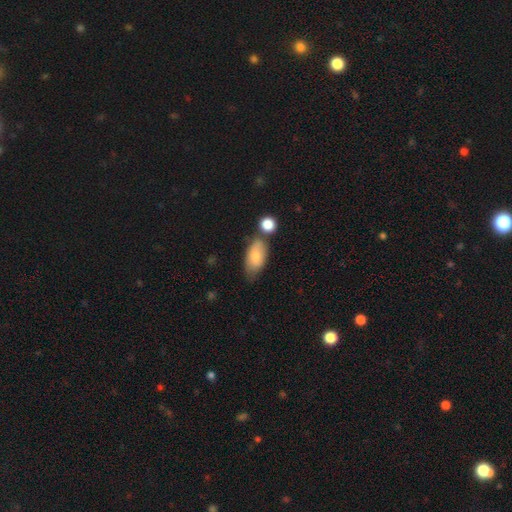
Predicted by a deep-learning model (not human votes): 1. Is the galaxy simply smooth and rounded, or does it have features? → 81% smooth, 12% featured or disk, 6% star or artifact.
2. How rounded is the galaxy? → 90% in between, 6% cigar-shaped, 4% round.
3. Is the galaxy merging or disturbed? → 54% none, 24% minor disturbance, 16% merger, 6% major disturbance.